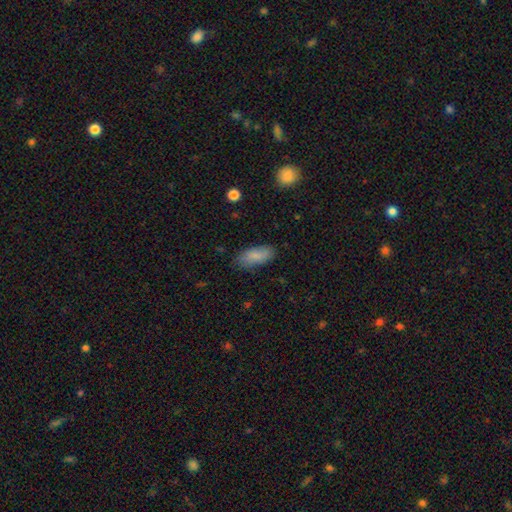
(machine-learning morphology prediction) smooth-or-featured: smooth: 85% | featured or disk: 8% | star or artifact: 7%
  how-rounded: in between: 82% | cigar-shaped: 16% | round: 2%
  merging: none: 81% | minor disturbance: 15% | major disturbance: 3% | merger: 1%